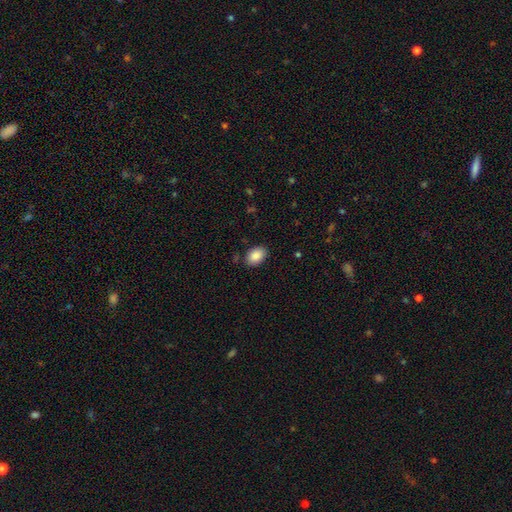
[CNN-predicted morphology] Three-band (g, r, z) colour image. It shows a smooth galaxy with no disk features (88%) that is in between round and cigar-shaped (84%). Merging: none (86%).